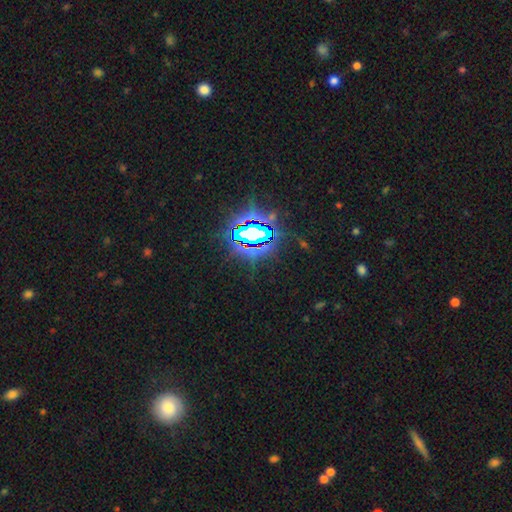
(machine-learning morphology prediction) smooth-or-featured: star or artifact: 83% | smooth: 11% | featured or disk: 7%